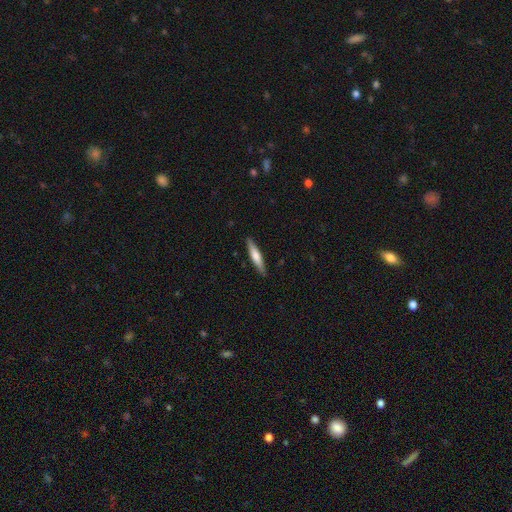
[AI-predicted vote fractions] Overall: smooth (57%; featured or disk 38%). How rounded: cigar-shaped (90%). Merging: none (90%).